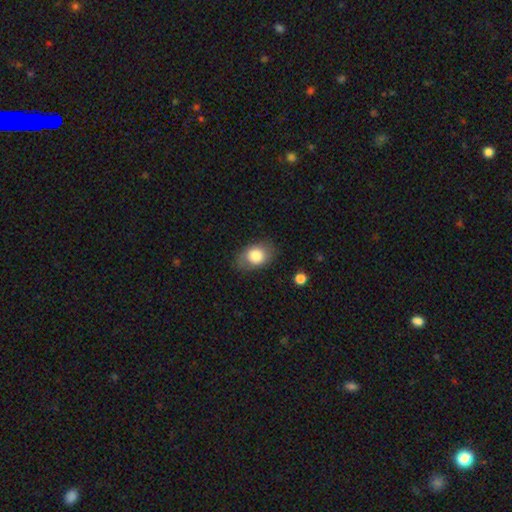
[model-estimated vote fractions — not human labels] Smooth or featured? Predicted: smooth (p=0.81). How rounded? Predicted: in between (p=0.69). Merging? Predicted: none (p=0.74).